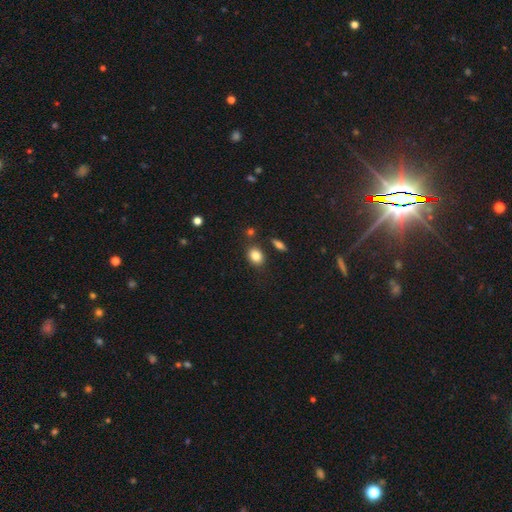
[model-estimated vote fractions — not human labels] smooth_or_featured: smooth (p=0.84) [alt: star or artifact p=0.09]
how_rounded: in between (p=0.60) [alt: round p=0.39]
merging: none (p=0.79) [alt: minor disturbance p=0.11]